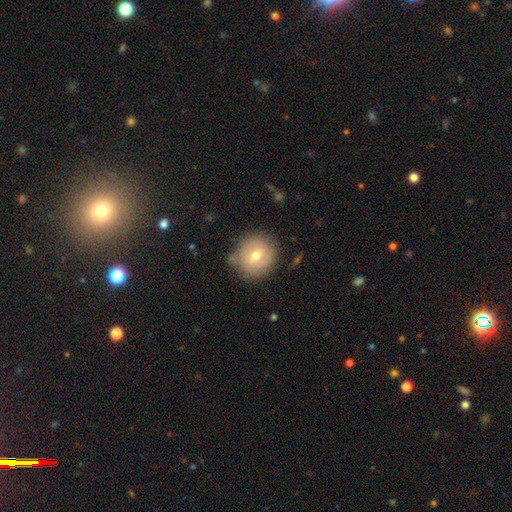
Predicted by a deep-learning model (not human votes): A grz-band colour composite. It shows a smooth galaxy with no disk features (62%) that is round (88%). Merging: none (74%).